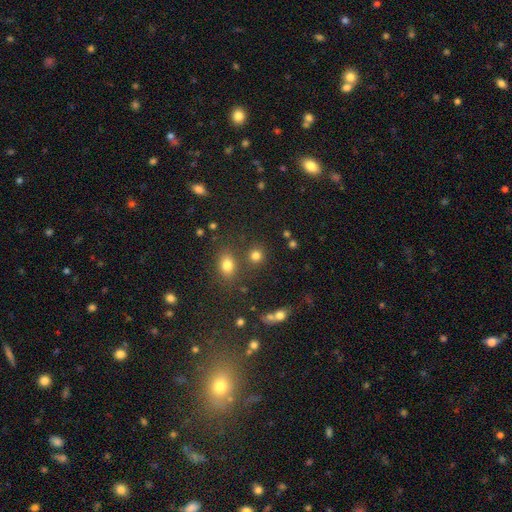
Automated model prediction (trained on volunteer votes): Smooth or featured: smooth — 79% (star or artifact — 15%)
How rounded: round — 83% (in between — 16%)
Merging: none — 74% (merger — 13%)